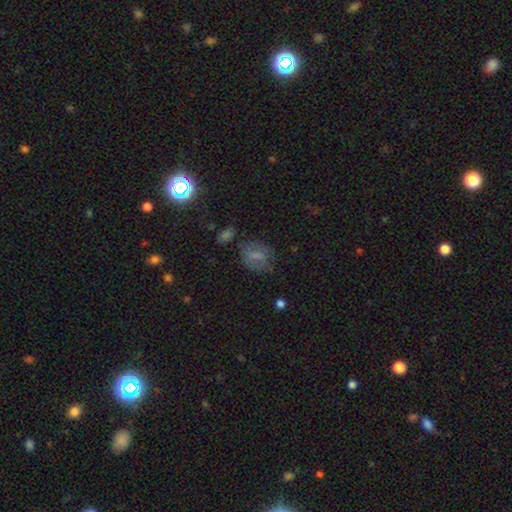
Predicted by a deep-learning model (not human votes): The model was most divided on "how rounded": round: 54%, in between: 44%, cigar-shaped: 2%. More confident: smooth or featured — smooth (65%); merging — none (64%).